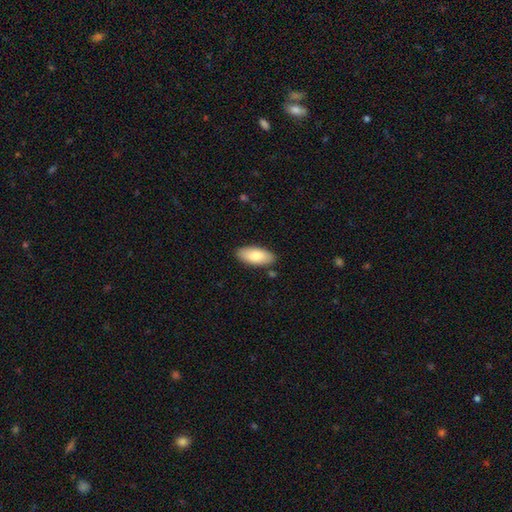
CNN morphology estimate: Smooth or featured?
  - smooth: 79% *
  - featured or disk: 15%
  - star or artifact: 6%
How rounded?
  - in between: 90% *
  - cigar-shaped: 8%
  - round: 2%
Merging?
  - none: 86% *
  - minor disturbance: 10%
  - merger: 2%
  - major disturbance: 2%